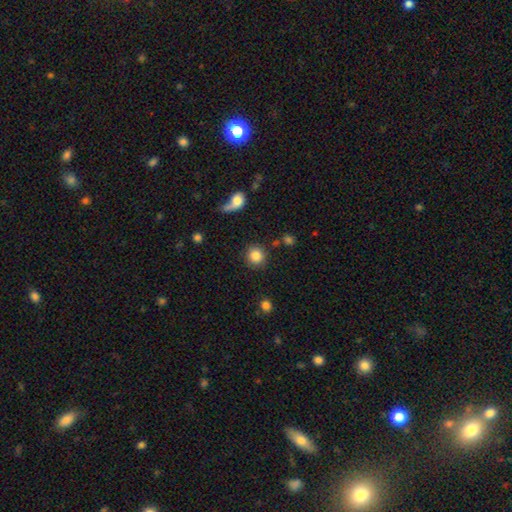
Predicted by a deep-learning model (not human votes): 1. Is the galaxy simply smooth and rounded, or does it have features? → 84% smooth, 9% star or artifact, 6% featured or disk.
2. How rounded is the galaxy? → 92% round, 7% in between, 1% cigar-shaped.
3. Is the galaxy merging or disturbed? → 87% none, 7% minor disturbance, 3% major disturbance, 3% merger.